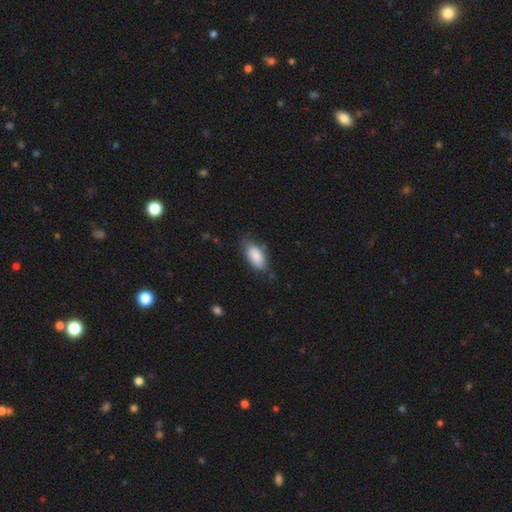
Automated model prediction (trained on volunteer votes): Overall: smooth (87%). How rounded: in between (91%). Merging: none (69%).